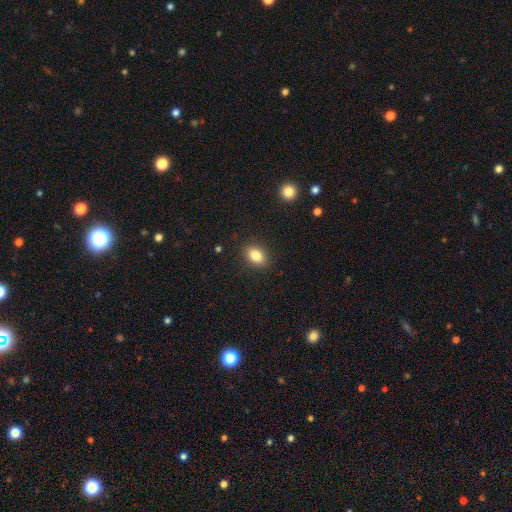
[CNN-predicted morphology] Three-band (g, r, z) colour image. It shows a smooth galaxy with no disk features (85%) that is in between round and cigar-shaped (78%). Merging: none (88%).